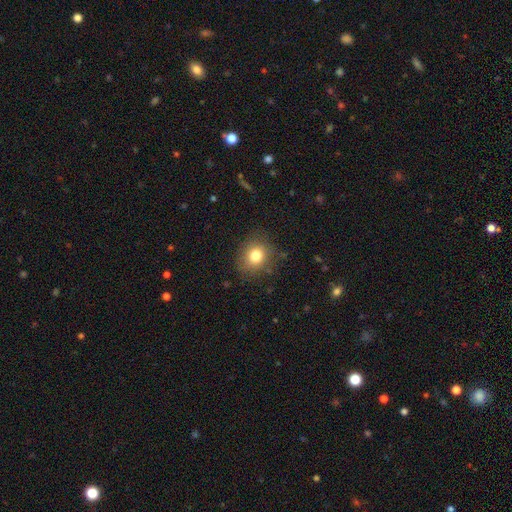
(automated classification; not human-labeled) smooth-or-featured: smooth: 79% | star or artifact: 12% | featured or disk: 9%
  how-rounded: round: 75% | in between: 24% | cigar-shaped: 1%
  merging: none: 84% | minor disturbance: 11% | major disturbance: 4% | merger: 1%